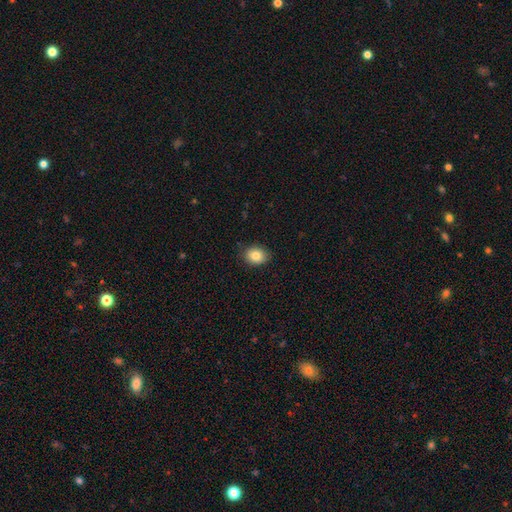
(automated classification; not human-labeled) Morphology: type=smooth (82%); roundness=round (50%); merging=none (87%).